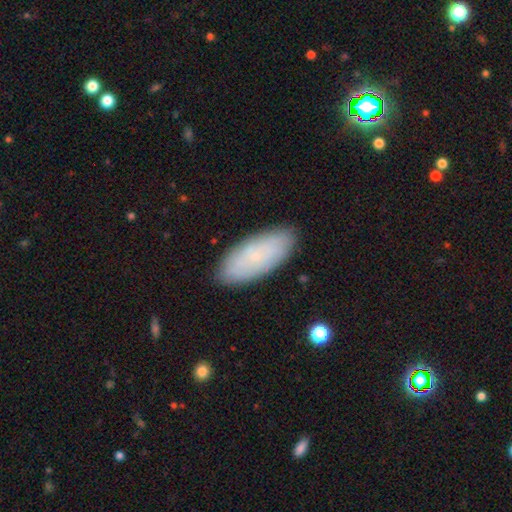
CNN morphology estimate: This is likely a smooth galaxy (66%). How rounded: clearly in between (87%). Merging: clearly none (86%).